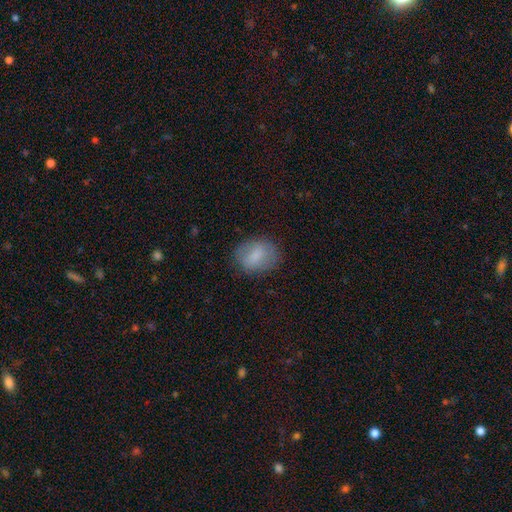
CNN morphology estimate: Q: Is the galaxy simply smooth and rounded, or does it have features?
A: smooth — 75%.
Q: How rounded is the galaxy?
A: in between — 60%.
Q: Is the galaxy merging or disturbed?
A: none — 77%.